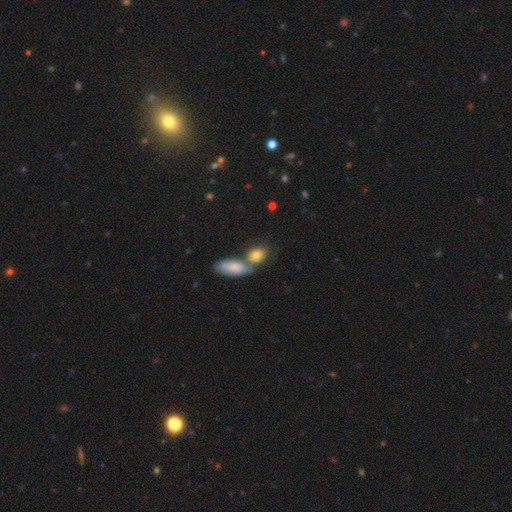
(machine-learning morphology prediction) smooth_or_featured: smooth (p=0.72) [alt: featured or disk p=0.16]
how_rounded: in between (p=0.63) [alt: round p=0.27]
merging: merger (p=0.46) [alt: none p=0.40]